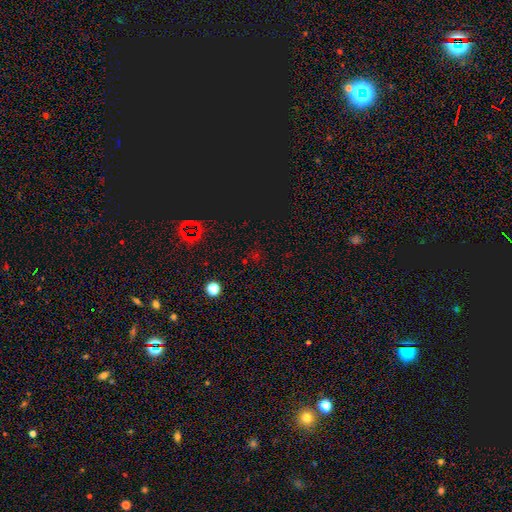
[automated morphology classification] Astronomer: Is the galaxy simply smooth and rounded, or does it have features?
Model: star or artifact — 69%.